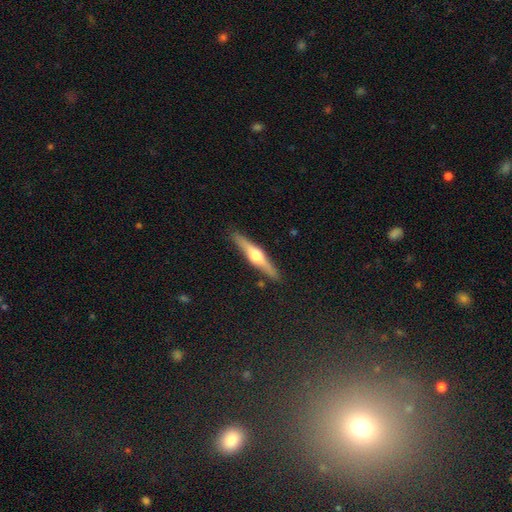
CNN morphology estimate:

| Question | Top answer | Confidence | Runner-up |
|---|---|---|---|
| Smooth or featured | featured or disk | 67% | smooth (27%) |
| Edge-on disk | yes | 97% | no (3%) |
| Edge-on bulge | rounded | 93% | boxy (4%) |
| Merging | none | 89% | minor disturbance (8%) |